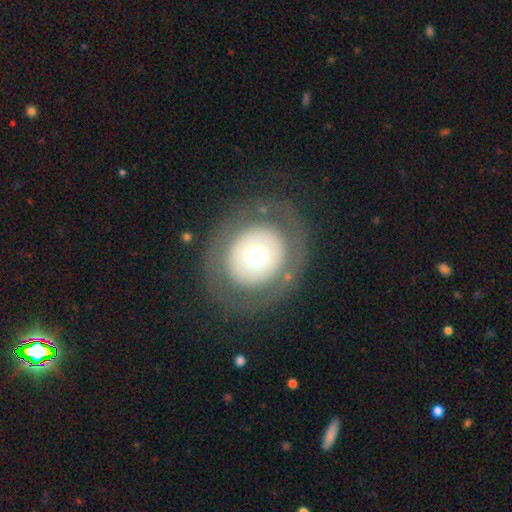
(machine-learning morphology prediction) type=smooth (51%); roundness=round (79%); merging=none (80%).